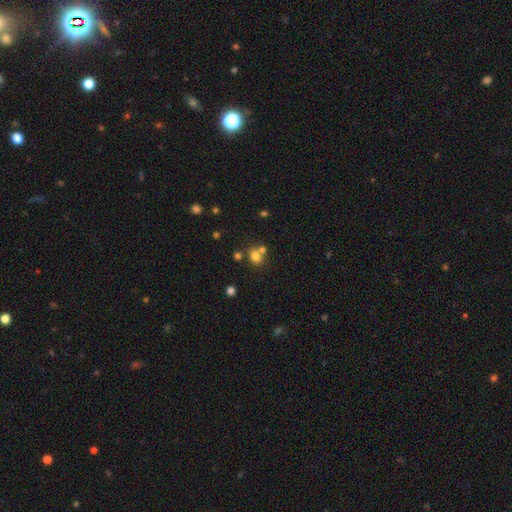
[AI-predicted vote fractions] Morphology: type=smooth (75%); roundness=round (59%); merging=none (50%).